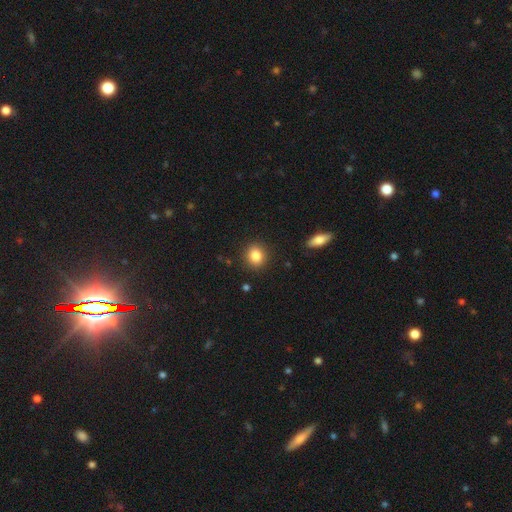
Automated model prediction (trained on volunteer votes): This appears to be a smooth galaxy with no disk features (86%) that is round (72%). Merging: none (89%).